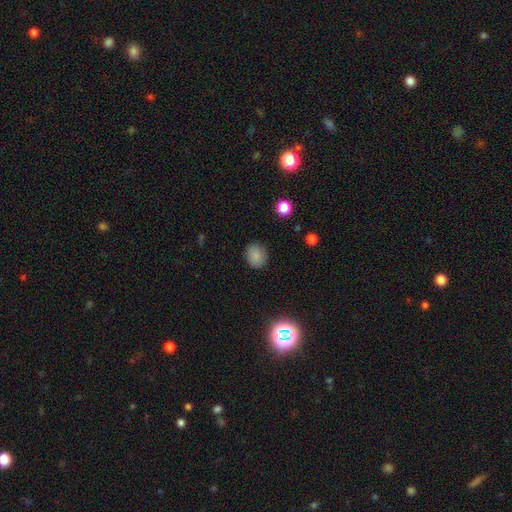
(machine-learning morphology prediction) smooth-or-featured: smooth: 83% | star or artifact: 12% | featured or disk: 5%
  how-rounded: round: 68% | in between: 31% | cigar-shaped: 1%
  merging: none: 86% | minor disturbance: 10% | major disturbance: 3% | merger: 1%